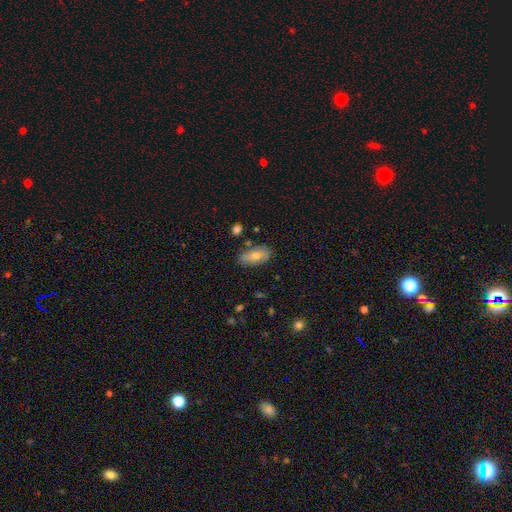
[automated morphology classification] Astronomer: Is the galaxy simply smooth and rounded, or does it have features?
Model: smooth — 63%.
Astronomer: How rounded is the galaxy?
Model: in between — 86%.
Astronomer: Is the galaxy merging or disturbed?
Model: none — 77%.